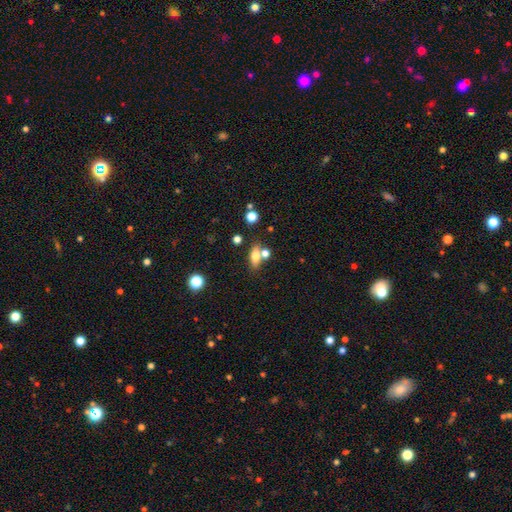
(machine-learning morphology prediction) A smooth galaxy with no disk features (73%) that is in between round and cigar-shaped (73%).

Vote fractions:
- Smooth or featured? smooth: 73% / featured or disk: 16% / star or artifact: 11%
- How rounded? in between: 73% / cigar-shaped: 17% / round: 10%
- Merging? none: 60% / merger: 24% / minor disturbance: 12% / major disturbance: 5%